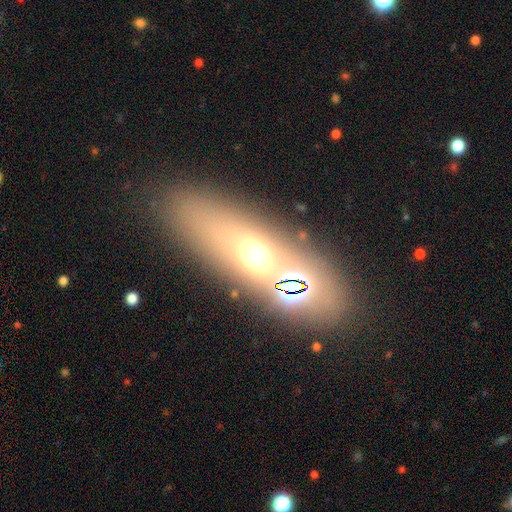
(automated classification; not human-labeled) smooth-or-featured: smooth: 45% | featured or disk: 34% | star or artifact: 20%
  merging: none: 80% | minor disturbance: 9% | merger: 6% | major disturbance: 5%